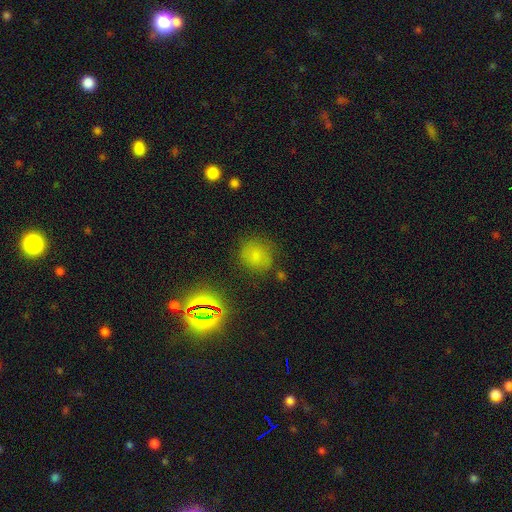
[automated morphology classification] Overall: smooth (68%). How rounded: round (81%). Merging: none (74%).